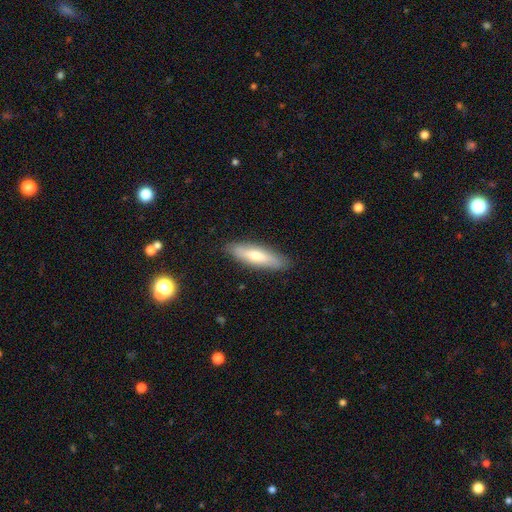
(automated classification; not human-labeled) A smooth galaxy with no disk features (59%) that is cigar-shaped (64%). Merging: none (88%).